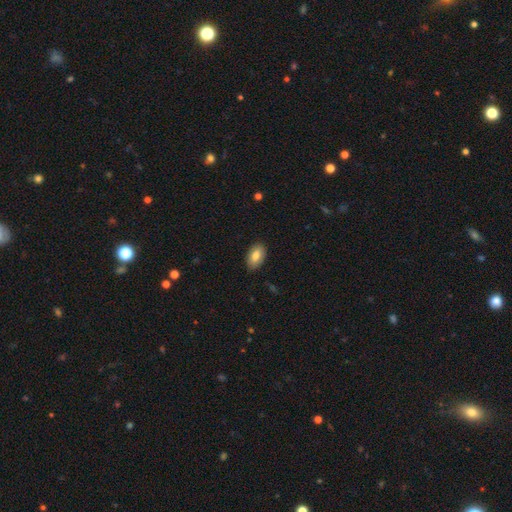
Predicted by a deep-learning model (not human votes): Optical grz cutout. It shows a smooth galaxy with no disk features (81%) that is in between round and cigar-shaped (93%). Merging: none (87%).